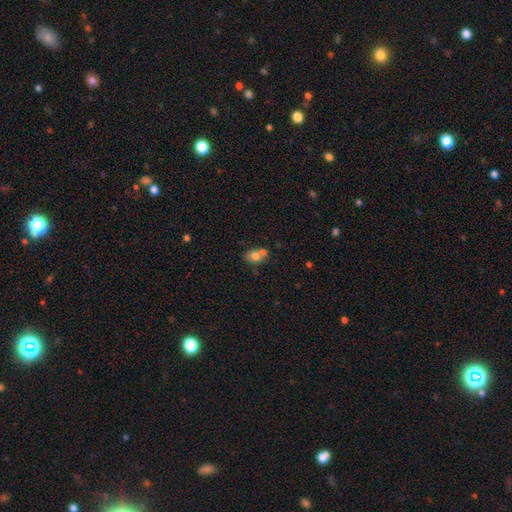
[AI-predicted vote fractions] The model was most divided on "merging": merger: 44%, none: 37%, minor disturbance: 14%, major disturbance: 5%. More confident: smooth or featured — smooth (71%); how rounded — in between (69%).